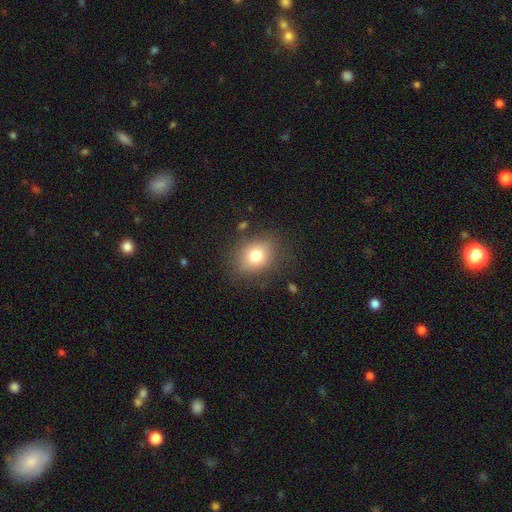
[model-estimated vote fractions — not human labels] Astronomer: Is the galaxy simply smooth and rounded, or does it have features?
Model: smooth — 78%.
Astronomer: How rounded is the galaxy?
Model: round — 50% (runner-up: in between, 49%).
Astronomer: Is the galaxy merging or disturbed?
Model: none — 81%.